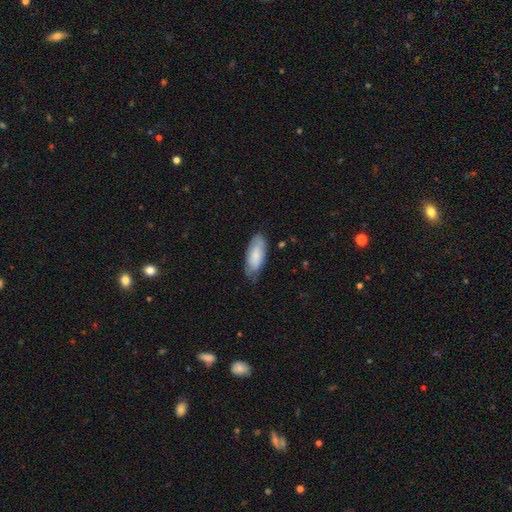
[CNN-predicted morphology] A smooth galaxy with no disk features (70%) that is in between round and cigar-shaped (82%).

Vote fractions:
- Smooth or featured? smooth: 70% / featured or disk: 24% / star or artifact: 6%
- How rounded? in between: 82% / cigar-shaped: 16% / round: 2%
- Merging? none: 65% / minor disturbance: 27% / major disturbance: 6% / merger: 2%